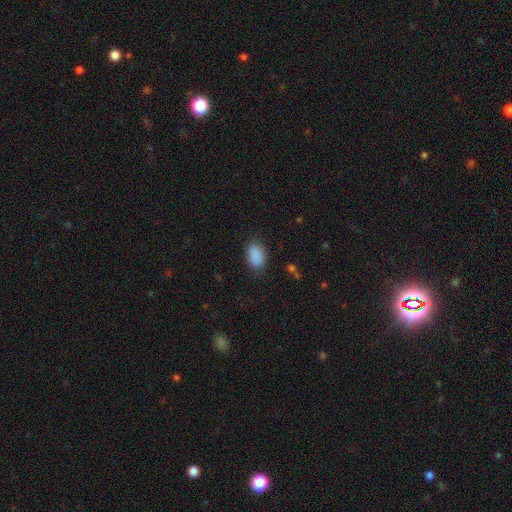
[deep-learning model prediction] Smooth or featured? Predicted: smooth (p=0.89). How rounded? Predicted: in between (p=0.92). Merging? Predicted: none (p=0.83).